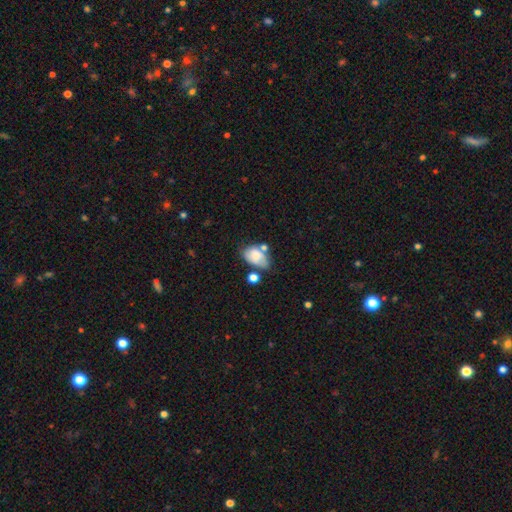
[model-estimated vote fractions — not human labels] A smooth galaxy with no disk features (72%) that is in between round and cigar-shaped (87%).

Vote fractions:
- Smooth or featured? smooth: 72% / featured or disk: 19% / star or artifact: 9%
- How rounded? in between: 87% / round: 12% / cigar-shaped: 1%
- Merging? none: 41% / minor disturbance: 27% / merger: 22% / major disturbance: 11%